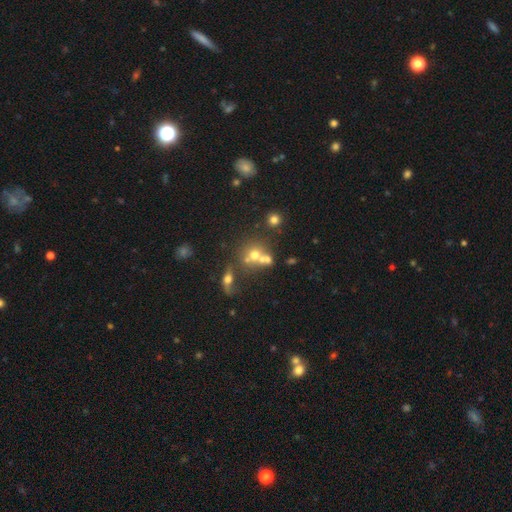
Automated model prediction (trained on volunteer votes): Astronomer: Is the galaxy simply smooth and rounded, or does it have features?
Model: smooth — 57%.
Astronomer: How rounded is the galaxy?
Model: round — 75%.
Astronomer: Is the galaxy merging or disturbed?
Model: merger — 45% (runner-up: none, 38%).